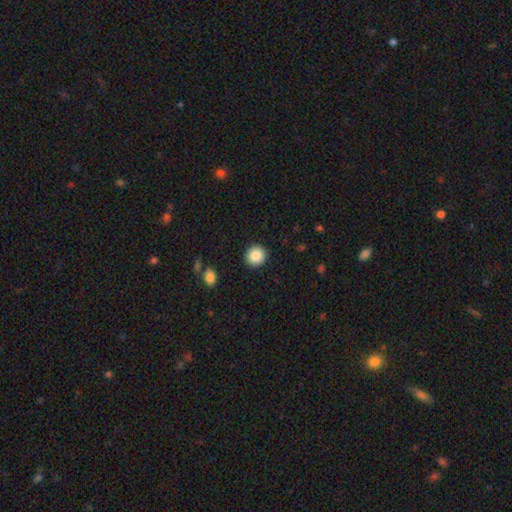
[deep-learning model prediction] Morphology: type=smooth (88%); roundness=round (93%); merging=none (92%).